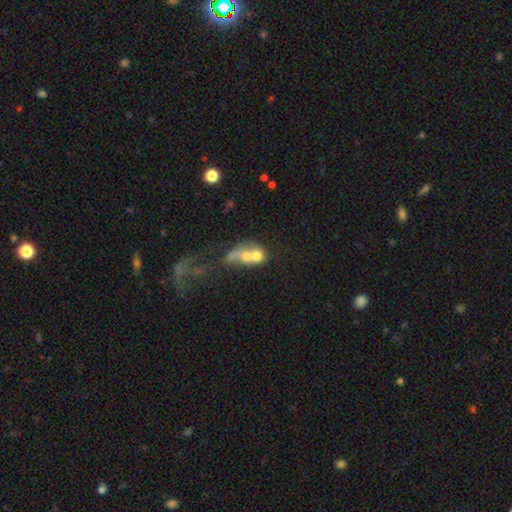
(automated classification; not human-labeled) The model was most divided on "how rounded": in between: 53%, round: 43%, cigar-shaped: 4%. More confident: merging — merger (69%); smooth or featured — smooth (54%).